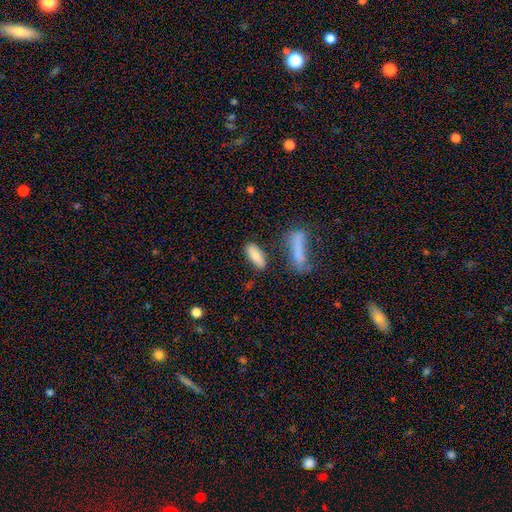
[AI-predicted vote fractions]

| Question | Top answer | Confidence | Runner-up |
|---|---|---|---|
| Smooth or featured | smooth | 82% | featured or disk (11%) |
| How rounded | in between | 71% | cigar-shaped (26%) |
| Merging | none | 75% | minor disturbance (13%) |